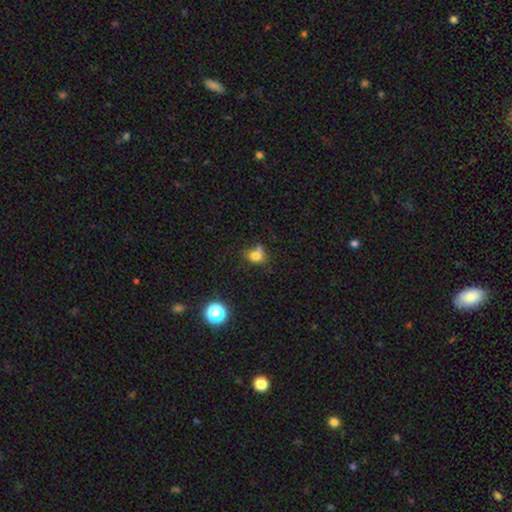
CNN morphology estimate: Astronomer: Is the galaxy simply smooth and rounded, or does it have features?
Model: smooth — 75%.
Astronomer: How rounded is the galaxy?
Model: round — 56% (runner-up: in between, 43%).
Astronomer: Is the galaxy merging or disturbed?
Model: none — 48% (runner-up: minor disturbance, 24%).